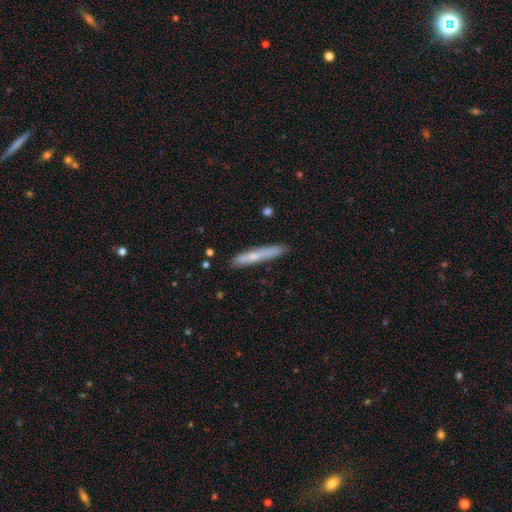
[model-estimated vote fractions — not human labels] Smooth or featured: smooth — 61% (featured or disk — 33%)
How rounded: cigar-shaped — 94% (in between — 4%)
Merging: none — 85% (minor disturbance — 12%)